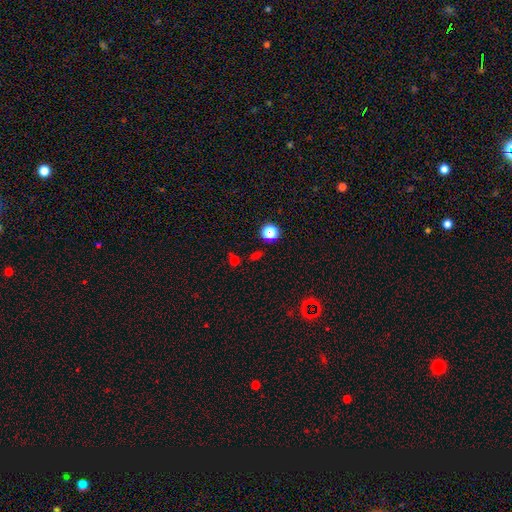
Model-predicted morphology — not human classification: A smooth galaxy with no disk features (53%) that is round (70%). Merging: none (77%).